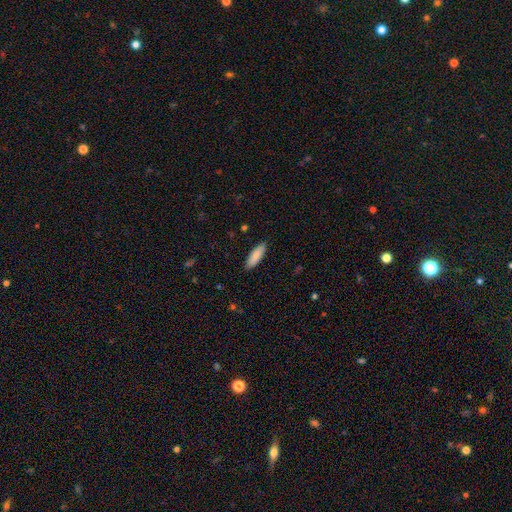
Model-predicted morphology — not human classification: type=smooth (87%); roundness=cigar-shaped (51%); merging=none (89%).